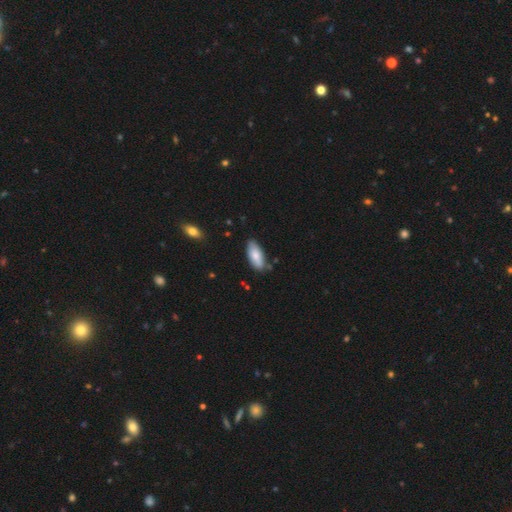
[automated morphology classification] This is clearly a smooth galaxy (80%). How rounded: clearly in between (87%). Merging: likely none (75%).